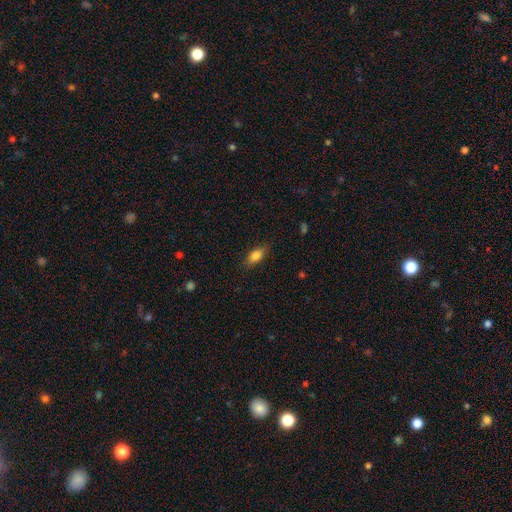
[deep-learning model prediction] Overall: smooth (81%). How rounded: in between (81%). Merging: none (83%).